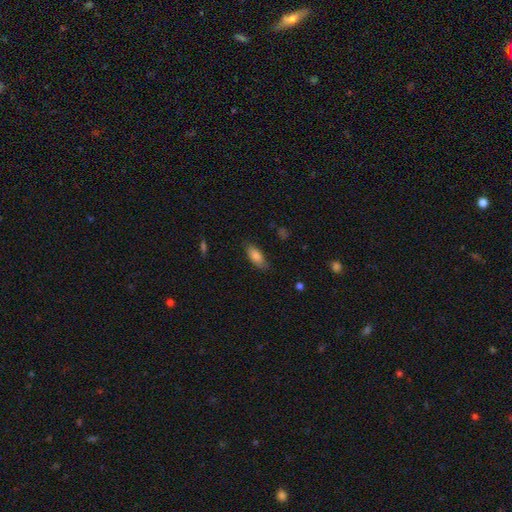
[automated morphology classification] Smooth or featured? Predicted: smooth (p=0.82). How rounded? Predicted: in between (p=0.82). Merging? Predicted: none (p=0.77).